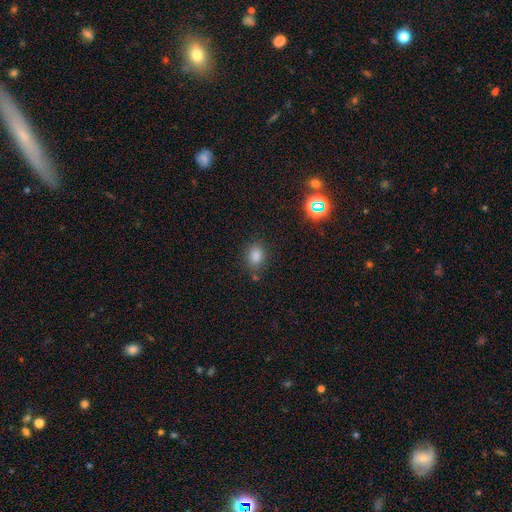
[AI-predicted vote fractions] Smooth or featured?
  - smooth: 80% *
  - star or artifact: 14%
  - featured or disk: 6%
How rounded?
  - in between: 55% *
  - round: 44%
  - cigar-shaped: 1%
Merging?
  - none: 78% *
  - minor disturbance: 13%
  - merger: 5%
  - major disturbance: 4%